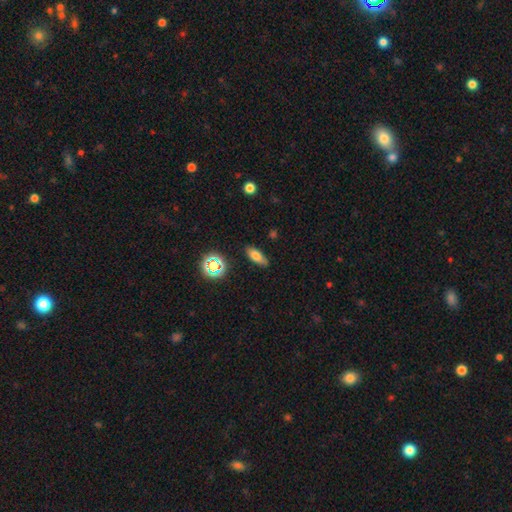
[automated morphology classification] Overall: smooth (73%). How rounded: in between (74%). Merging: none (84%).